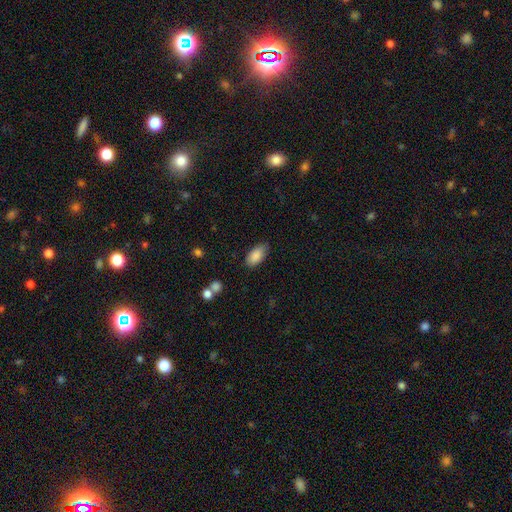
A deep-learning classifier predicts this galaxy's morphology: Q: Smooth or featured?
A: smooth (87%); runner-up: star or artifact (7%)
Q: How rounded?
A: in between (93%); runner-up: cigar-shaped (5%)
Q: Merging?
A: none (78%); runner-up: minor disturbance (17%)